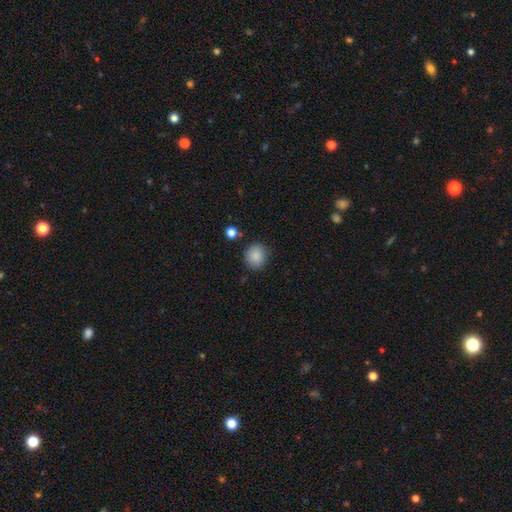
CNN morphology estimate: smooth_or_featured: smooth (p=0.87) [alt: star or artifact p=0.09]
how_rounded: round (p=0.85) [alt: in between p=0.15]
merging: none (p=0.84) [alt: minor disturbance p=0.10]